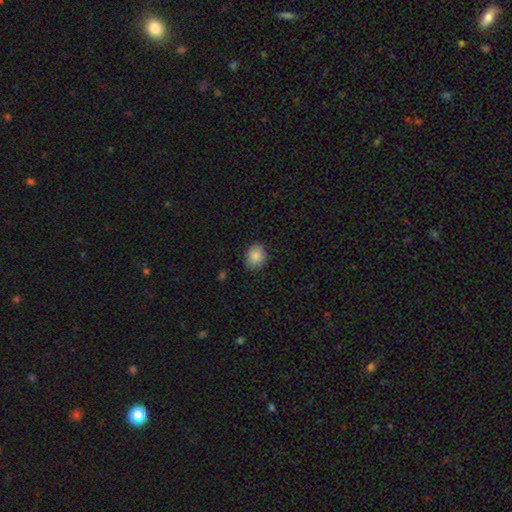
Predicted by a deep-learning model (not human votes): A smooth galaxy with no disk features (86%) that is round (61%).

Vote fractions:
- Smooth or featured? smooth: 86% / star or artifact: 9% / featured or disk: 5%
- How rounded? round: 61% / in between: 38% / cigar-shaped: 1%
- Merging? none: 85% / minor disturbance: 11% / major disturbance: 2% / merger: 1%